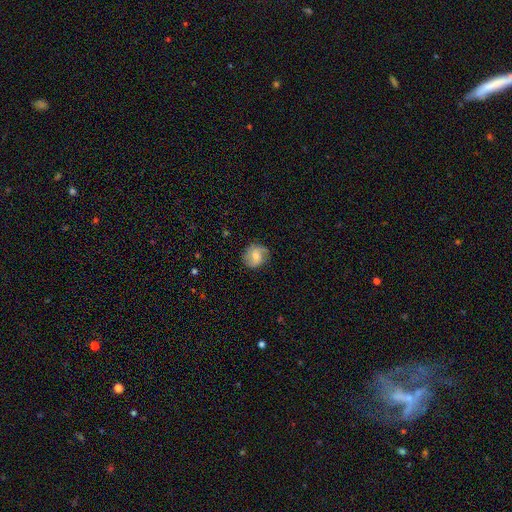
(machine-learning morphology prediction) type=featured or disk (46%); merging=none (77%).